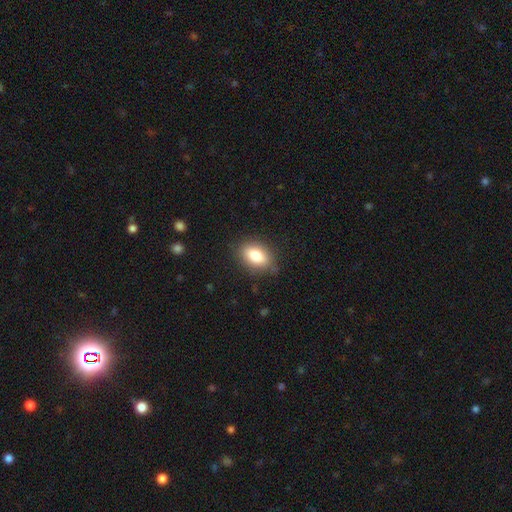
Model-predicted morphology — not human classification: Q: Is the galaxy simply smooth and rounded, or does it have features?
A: smooth — 83%.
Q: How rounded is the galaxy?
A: in between — 87%.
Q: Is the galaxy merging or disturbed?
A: none — 82%.